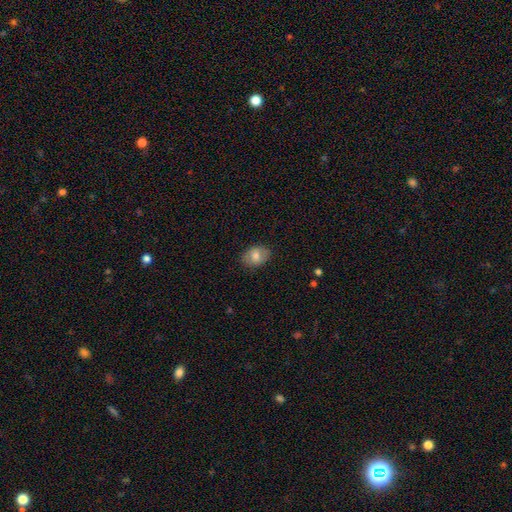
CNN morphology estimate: This is likely a smooth galaxy (76%). How rounded: likely in between (75%). Merging: clearly none (84%).